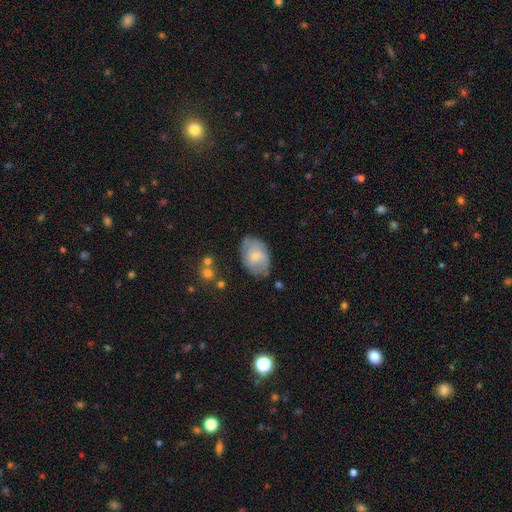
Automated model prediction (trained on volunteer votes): smooth-or-featured: smooth: 53% | featured or disk: 40% | star or artifact: 7%
  how-rounded: in between: 82% | round: 16% | cigar-shaped: 1%
  merging: none: 67% | minor disturbance: 24% | major disturbance: 6% | merger: 3%